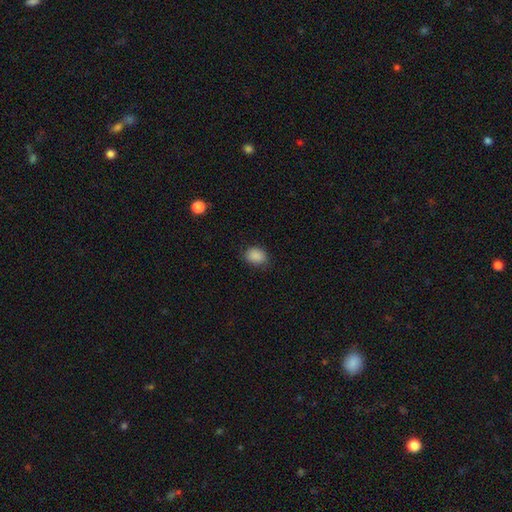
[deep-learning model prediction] A smooth galaxy with no disk features (88%) that is in between round and cigar-shaped (67%). Merging: none (79%).